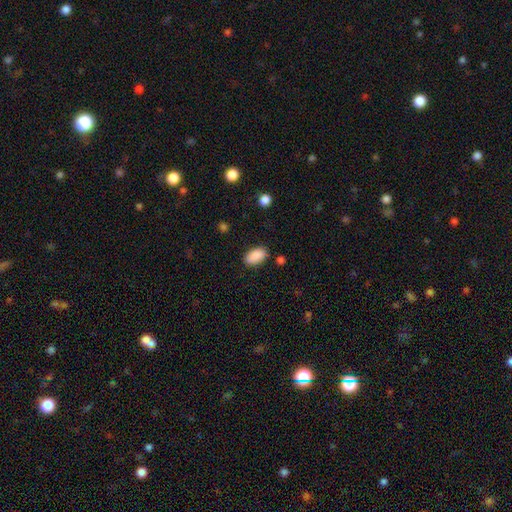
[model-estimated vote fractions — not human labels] This is clearly a smooth galaxy (89%). How rounded: clearly in between (94%). Merging: clearly none (84%).